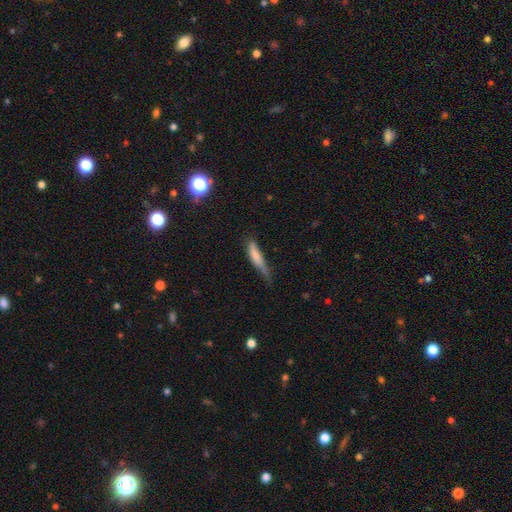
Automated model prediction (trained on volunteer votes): Morphology: type=smooth (73%); roundness=cigar-shaped (81%); merging=minor disturbance (43%).